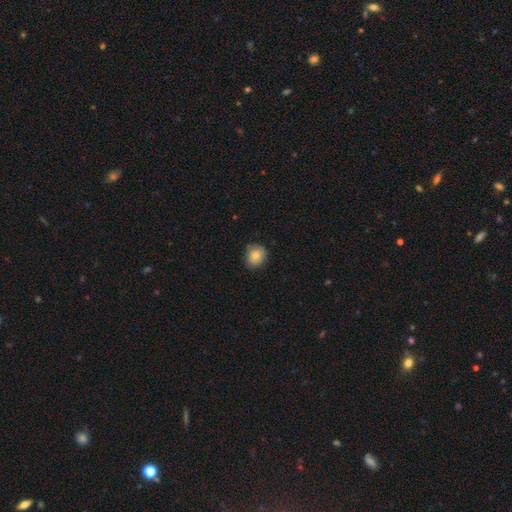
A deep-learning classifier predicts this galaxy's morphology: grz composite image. It shows a smooth galaxy with no disk features (80%) that is round (78%). Merging: none (79%).